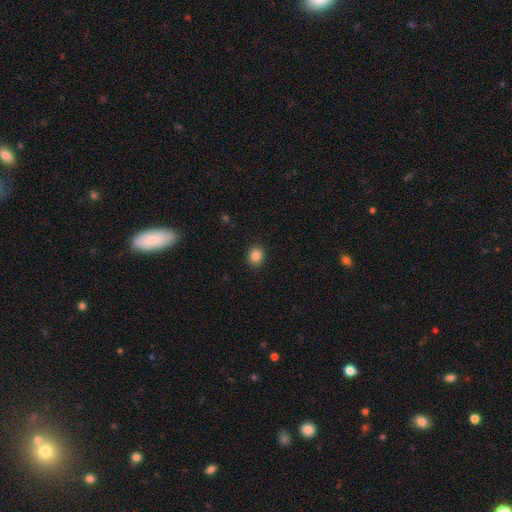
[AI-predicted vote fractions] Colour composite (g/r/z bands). It shows a smooth galaxy with no disk features (85%) that is round (62%). Merging: none (90%).